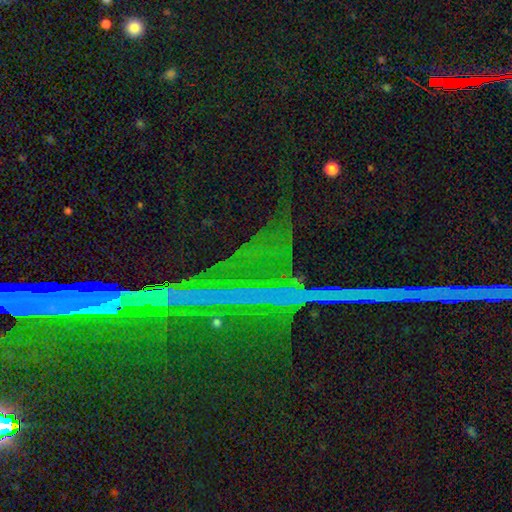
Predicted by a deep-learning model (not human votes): A star or artifact, not a galaxy (86%).

Vote fractions:
- Smooth or featured? star or artifact: 86% / featured or disk: 8% / smooth: 6%